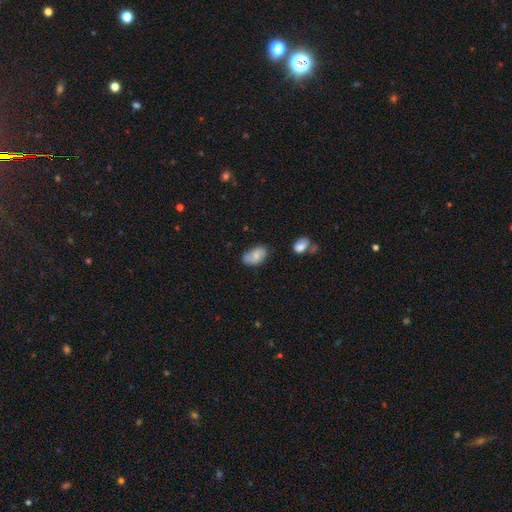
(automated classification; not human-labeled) Overall: smooth (67%). How rounded: in between (92%). Merging: none (59%; minor disturbance 30%).